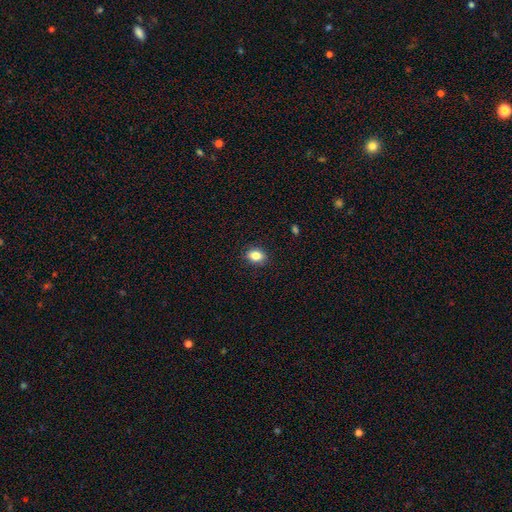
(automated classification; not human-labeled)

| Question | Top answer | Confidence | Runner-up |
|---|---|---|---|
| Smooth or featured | smooth | 84% | star or artifact (10%) |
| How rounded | in between | 65% | round (34%) |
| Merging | none | 87% | minor disturbance (9%) |